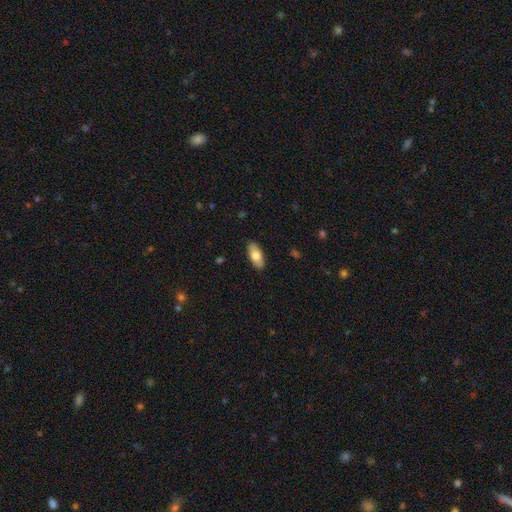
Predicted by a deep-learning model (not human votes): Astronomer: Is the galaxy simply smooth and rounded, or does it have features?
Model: smooth — 76%.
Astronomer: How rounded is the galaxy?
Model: in between — 89%.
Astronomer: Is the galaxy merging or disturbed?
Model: none — 89%.